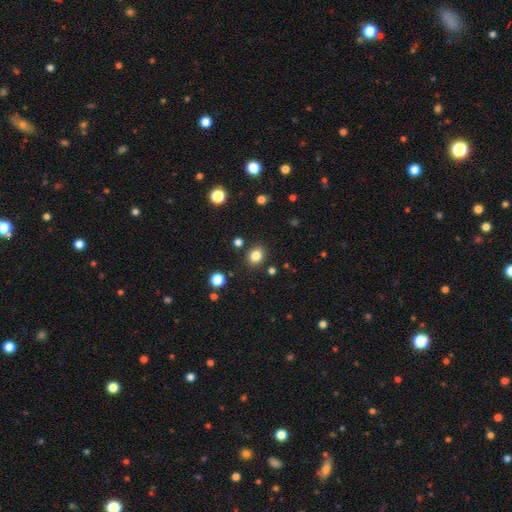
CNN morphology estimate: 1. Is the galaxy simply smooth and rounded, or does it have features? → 83% smooth, 12% star or artifact, 5% featured or disk.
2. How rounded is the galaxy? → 64% round, 35% in between, 1% cigar-shaped.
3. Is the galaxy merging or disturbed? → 87% none, 8% minor disturbance, 3% merger, 2% major disturbance.